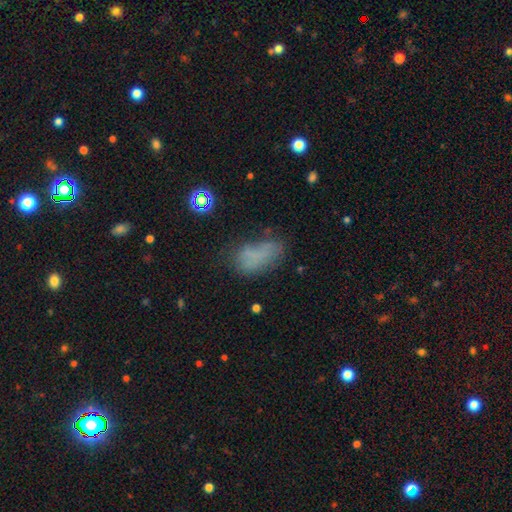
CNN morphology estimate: smooth_or_featured: smooth (p=0.64) [alt: featured or disk p=0.18]
how_rounded: in between (p=0.87) [alt: cigar-shaped p=0.07]
merging: none (p=0.43) [alt: minor disturbance p=0.29]